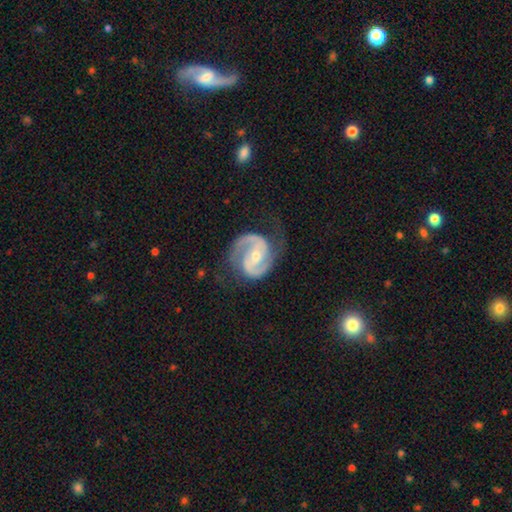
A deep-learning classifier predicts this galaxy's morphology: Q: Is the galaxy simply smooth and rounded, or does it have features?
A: featured or disk — 93%.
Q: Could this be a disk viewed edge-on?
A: no — 98%.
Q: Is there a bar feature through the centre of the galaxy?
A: weak — 40%.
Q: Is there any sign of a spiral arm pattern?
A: yes — 98%.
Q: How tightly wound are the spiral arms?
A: medium — 56%.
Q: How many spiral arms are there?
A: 2 — 94%.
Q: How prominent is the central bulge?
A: small — 49%.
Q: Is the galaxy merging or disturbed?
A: none — 74%.